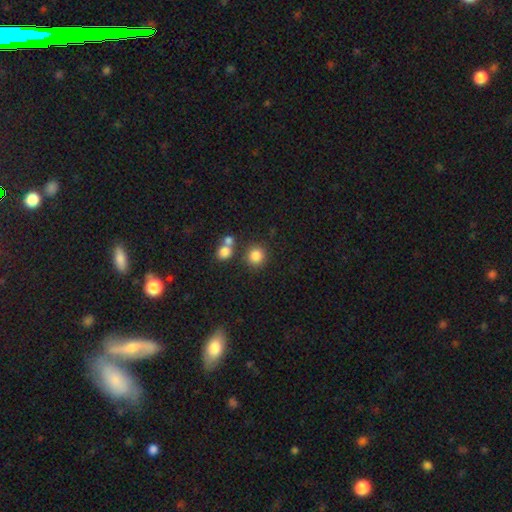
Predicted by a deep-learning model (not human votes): A smooth galaxy with no disk features (83%) that is round (89%). Merging: none (74%).